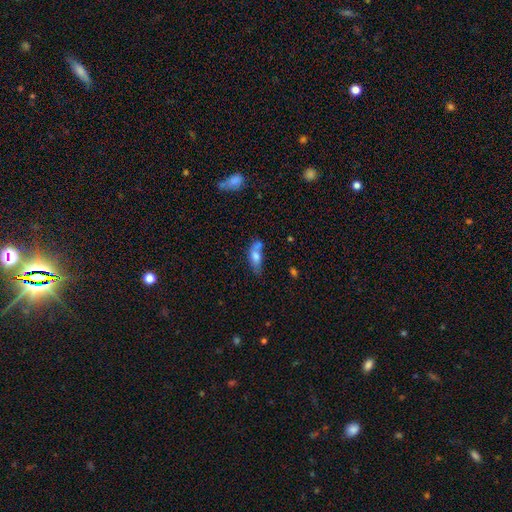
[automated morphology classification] A smooth galaxy with no disk features (70%) that is in between round and cigar-shaped (74%). Merging: none (36%).